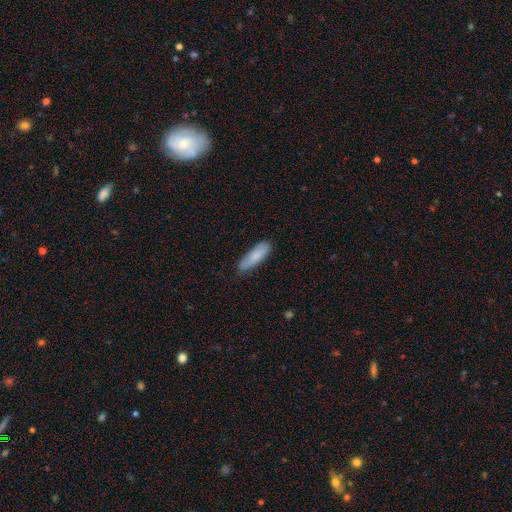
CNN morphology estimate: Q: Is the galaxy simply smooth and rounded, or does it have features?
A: smooth — 85%.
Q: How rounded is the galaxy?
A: cigar-shaped — 54%.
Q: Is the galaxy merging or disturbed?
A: none — 80%.